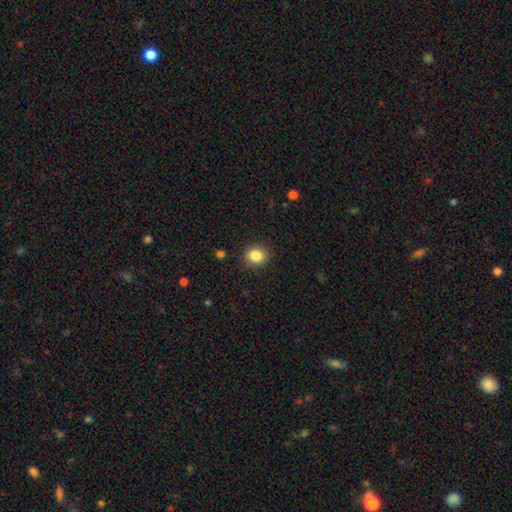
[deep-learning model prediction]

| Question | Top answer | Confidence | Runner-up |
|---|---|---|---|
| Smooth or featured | smooth | 85% | star or artifact (10%) |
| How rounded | round | 65% | in between (34%) |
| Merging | none | 88% | minor disturbance (8%) |